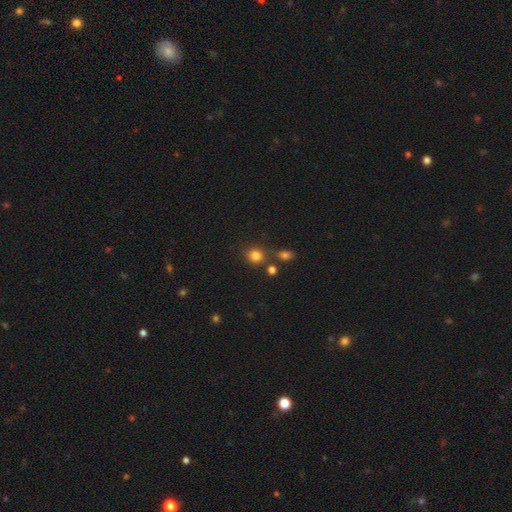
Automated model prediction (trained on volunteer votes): smooth 81%, star or artifact 13%, featured or disk 6%. Down the decision tree: how rounded — round (82%); merging — none (71%).